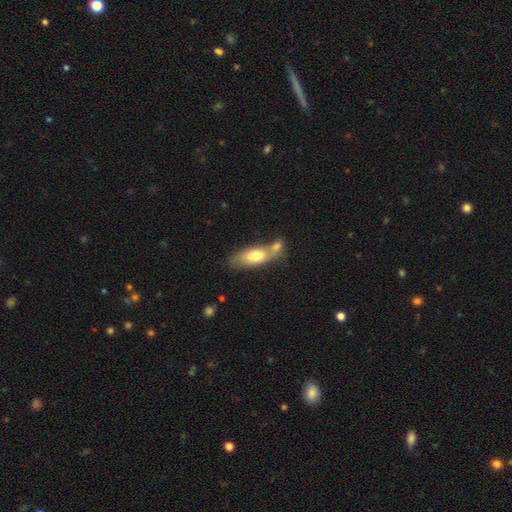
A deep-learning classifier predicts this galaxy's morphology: The model was most divided on "merging": merger: 46%, none: 36%, minor disturbance: 13%, major disturbance: 5%. More confident: how rounded — in between (76%); smooth or featured — smooth (70%).